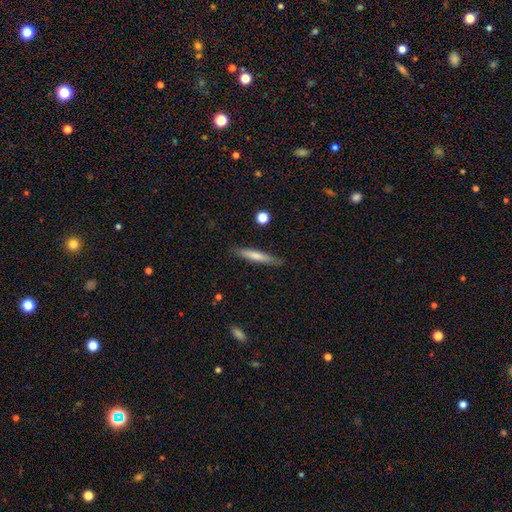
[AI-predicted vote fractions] A smooth galaxy with no disk features (66%) that is cigar-shaped (92%). Merging: none (83%).